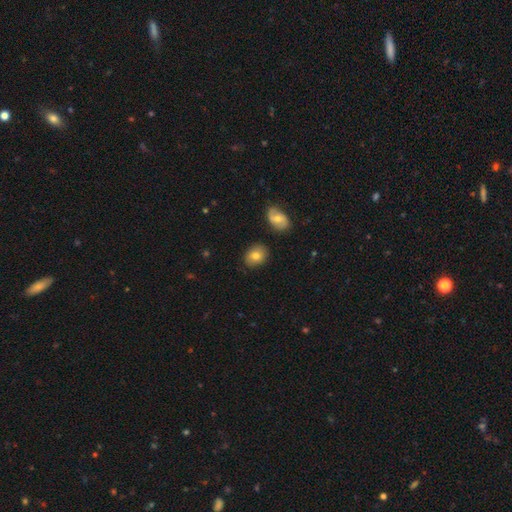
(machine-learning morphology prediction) The model was most divided on "how rounded": in between: 56%, round: 42%, cigar-shaped: 1%. More confident: merging — none (83%); smooth or featured — smooth (75%).